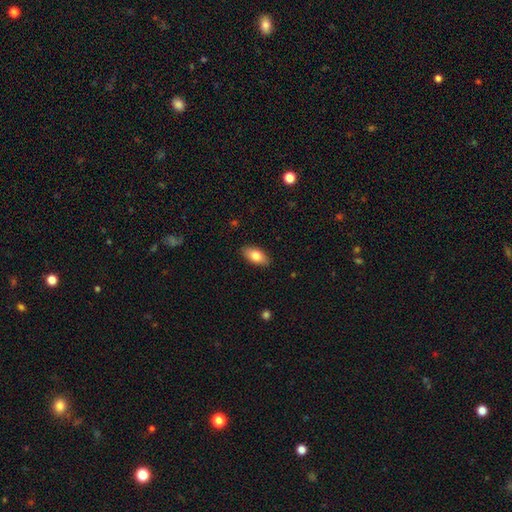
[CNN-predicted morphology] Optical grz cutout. It shows a smooth galaxy with no disk features (78%) that is in between round and cigar-shaped (90%). Merging: none (88%).